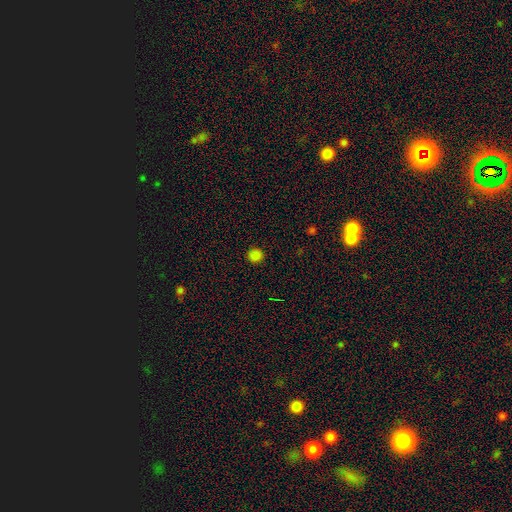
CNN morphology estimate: type=smooth (83%); roundness=round (93%); merging=none (92%).